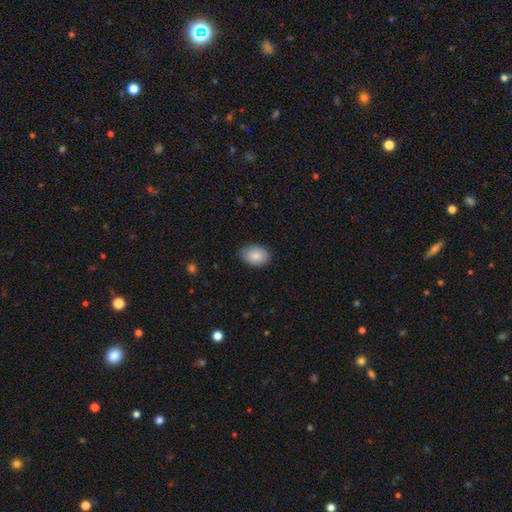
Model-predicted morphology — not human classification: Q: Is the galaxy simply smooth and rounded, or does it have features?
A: smooth — 87%.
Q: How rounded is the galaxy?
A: in between — 80%.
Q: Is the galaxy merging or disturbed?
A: none — 79%.